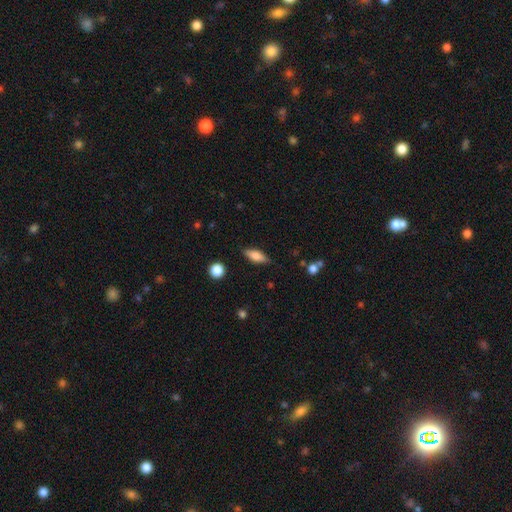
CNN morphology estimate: Smooth or featured? smooth (71%)
How rounded? in between (67%)
Merging? none (84%)